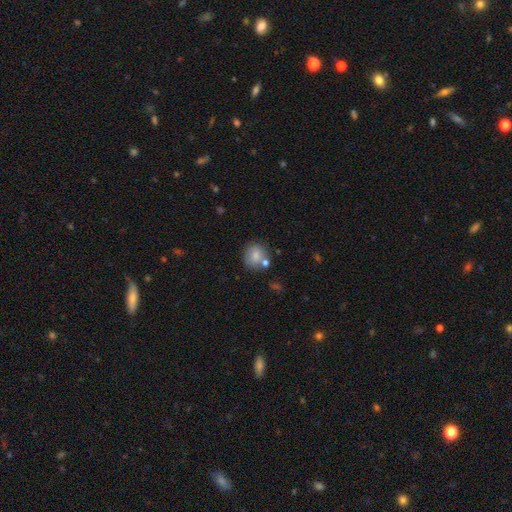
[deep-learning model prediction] The model was most divided on "merging": none: 66%, merger: 17%, minor disturbance: 13%, major disturbance: 4%. More confident: smooth or featured — smooth (79%); how rounded — round (78%).